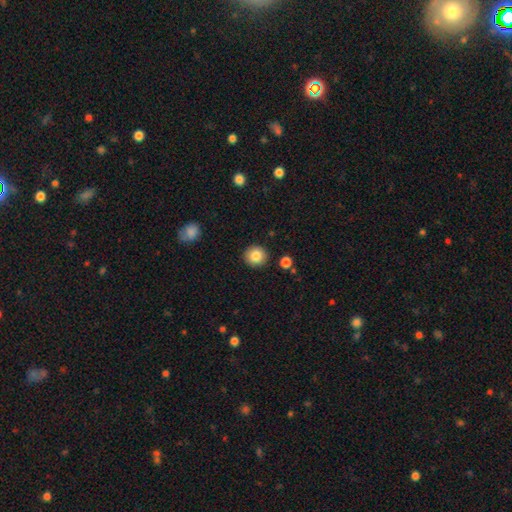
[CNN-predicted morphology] This appears to be a smooth galaxy with no disk features (85%) that is round (92%). Merging: none (91%).